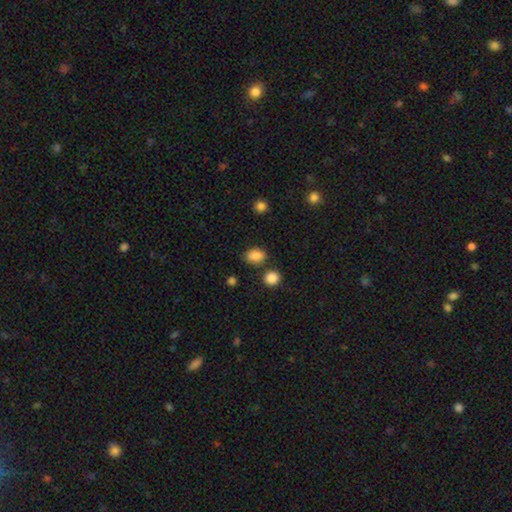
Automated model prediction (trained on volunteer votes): The model was most divided on "how rounded": in between: 70%, round: 28%, cigar-shaped: 1%. More confident: smooth or featured — smooth (85%); merging — none (73%).